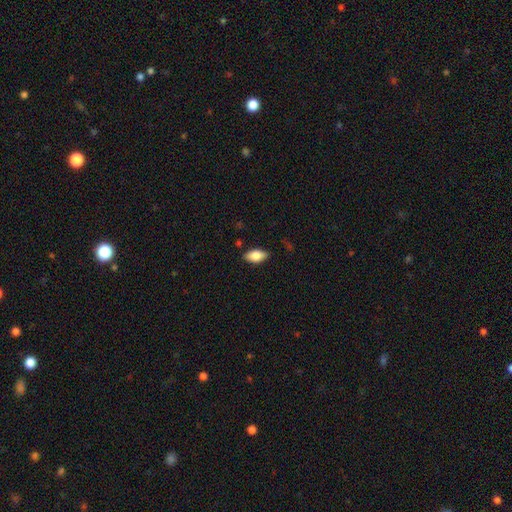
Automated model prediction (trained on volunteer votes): Q: Smooth or featured?
A: smooth (76%); runner-up: featured or disk (17%)
Q: How rounded?
A: in between (90%); runner-up: cigar-shaped (7%)
Q: Merging?
A: none (84%); runner-up: minor disturbance (12%)